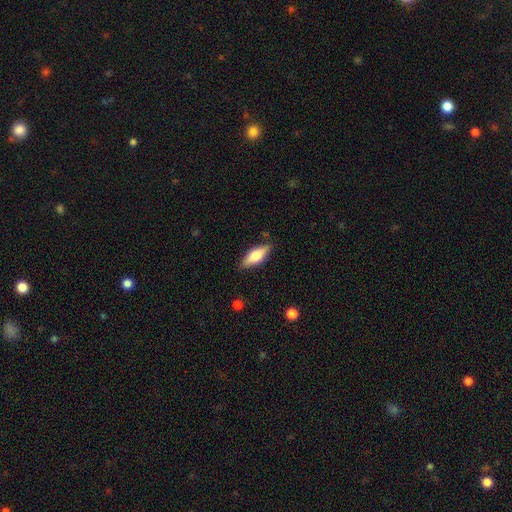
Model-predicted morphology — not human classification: This appears to be a smooth galaxy with no disk features (58%) that is in between round and cigar-shaped (64%). Merging: none (84%).